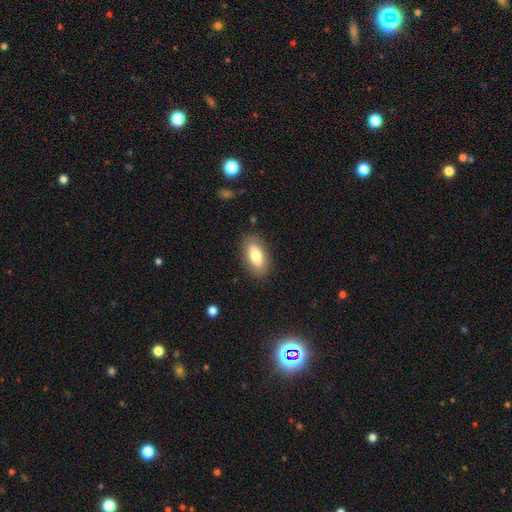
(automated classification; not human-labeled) Smooth or featured?
  - smooth: 75% *
  - featured or disk: 18%
  - star or artifact: 7%
How rounded?
  - in between: 91% *
  - round: 4%
  - cigar-shaped: 4%
Merging?
  - none: 86% *
  - minor disturbance: 10%
  - major disturbance: 3%
  - merger: 1%